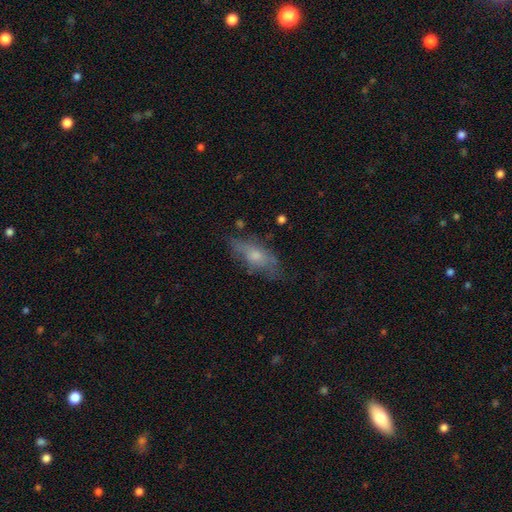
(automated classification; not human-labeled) This is possibly a smooth galaxy (49%). Merging: likely none (62%).